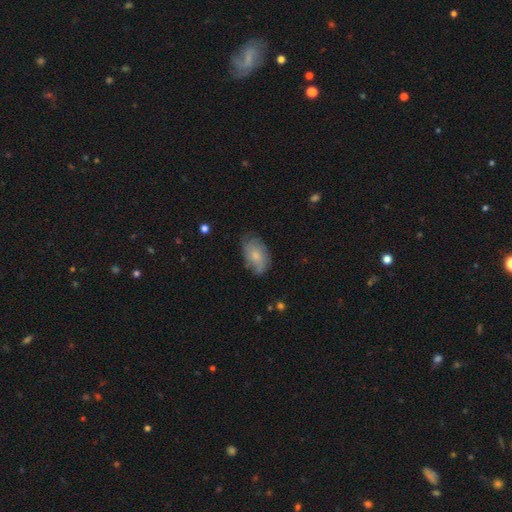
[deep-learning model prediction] Overall: smooth (56%; featured or disk 37%). How rounded: in between (90%). Merging: none (64%; minor disturbance 27%).